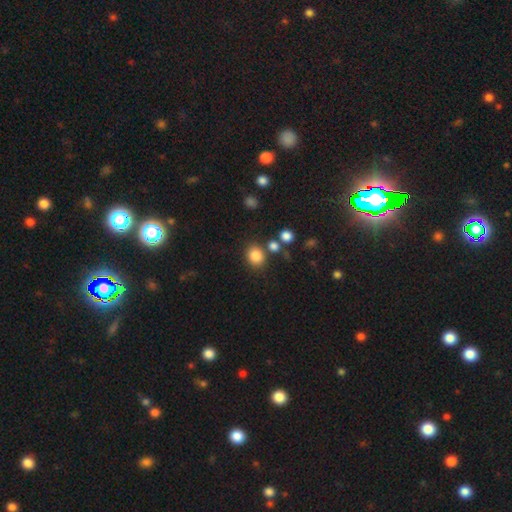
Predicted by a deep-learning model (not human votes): smooth-or-featured: smooth: 84% | star or artifact: 11% | featured or disk: 5%
  how-rounded: round: 68% | in between: 31% | cigar-shaped: 1%
  merging: none: 76% | merger: 10% | minor disturbance: 10% | major disturbance: 4%